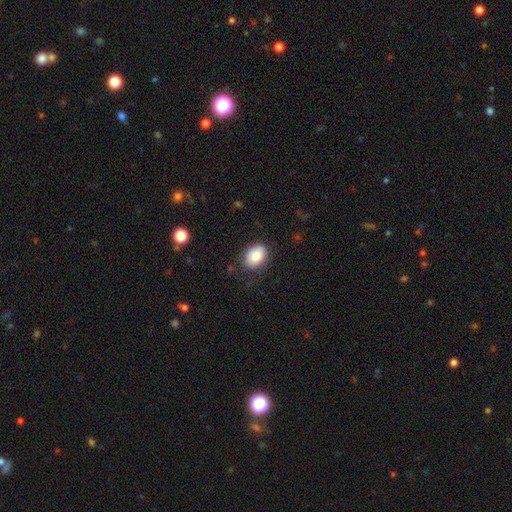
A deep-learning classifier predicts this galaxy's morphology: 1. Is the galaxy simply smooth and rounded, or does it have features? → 86% smooth, 7% star or artifact, 7% featured or disk.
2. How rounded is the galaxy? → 76% in between, 23% round, 1% cigar-shaped.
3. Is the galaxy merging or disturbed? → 79% none, 15% minor disturbance, 5% major disturbance, 1% merger.